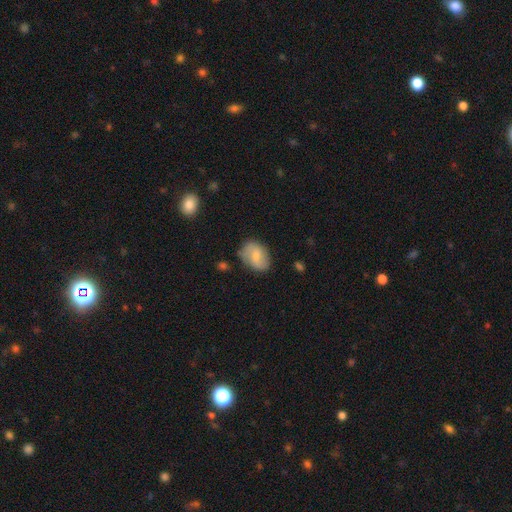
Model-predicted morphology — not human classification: smooth 60%, featured or disk 33%, star or artifact 7%. Down the decision tree: how rounded — in between (74%); merging — none (71%).